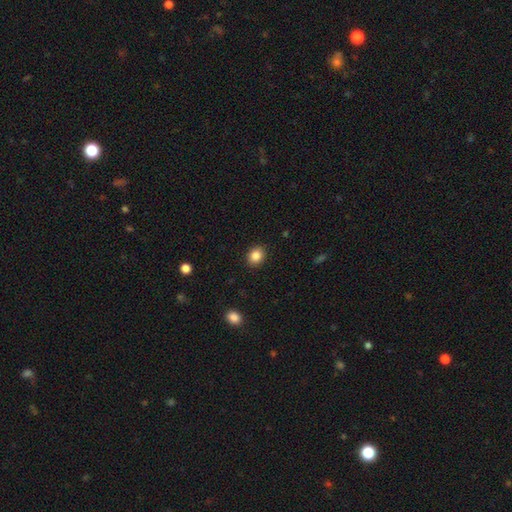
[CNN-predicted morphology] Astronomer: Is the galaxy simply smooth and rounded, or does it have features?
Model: smooth — 86%.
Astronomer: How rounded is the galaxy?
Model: round — 57% (runner-up: in between, 42%).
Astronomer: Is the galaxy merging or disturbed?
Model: none — 89%.